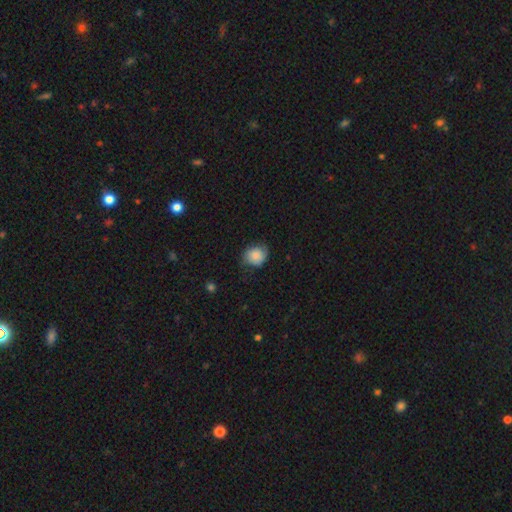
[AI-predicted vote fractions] Q: Smooth or featured?
A: smooth (77%); runner-up: featured or disk (15%)
Q: How rounded?
A: round (69%); runner-up: in between (30%)
Q: Merging?
A: none (64%); runner-up: minor disturbance (28%)